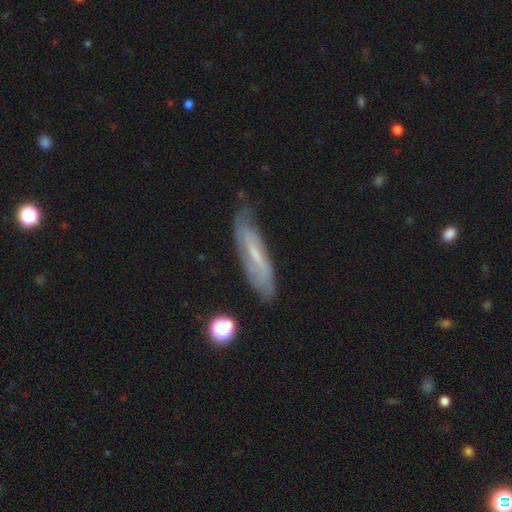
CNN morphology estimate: smooth_or_featured: featured or disk (p=0.61) [alt: smooth p=0.31]
disk_edge_on: no (p=0.60) [alt: yes p=0.40]
merging: none (p=0.67) [alt: minor disturbance p=0.24]